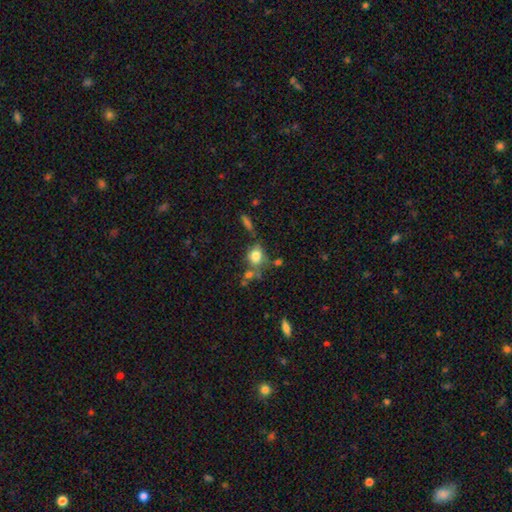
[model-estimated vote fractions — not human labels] smooth_or_featured: smooth (p=0.79) [alt: star or artifact p=0.11]
how_rounded: round (p=0.50) [alt: in between p=0.48]
merging: none (p=0.57) [alt: minor disturbance p=0.18]